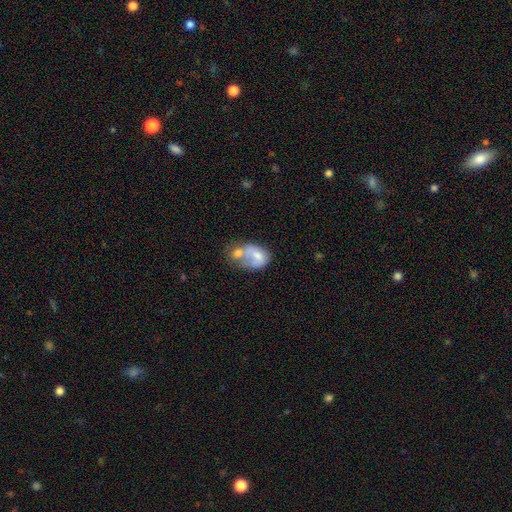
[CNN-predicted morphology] Smooth or featured?
  - smooth: 59% *
  - featured or disk: 33%
  - star or artifact: 8%
How rounded?
  - in between: 73% *
  - round: 26%
  - cigar-shaped: 1%
Merging?
  - merger: 66% *
  - none: 12%
  - major disturbance: 12%
  - minor disturbance: 10%